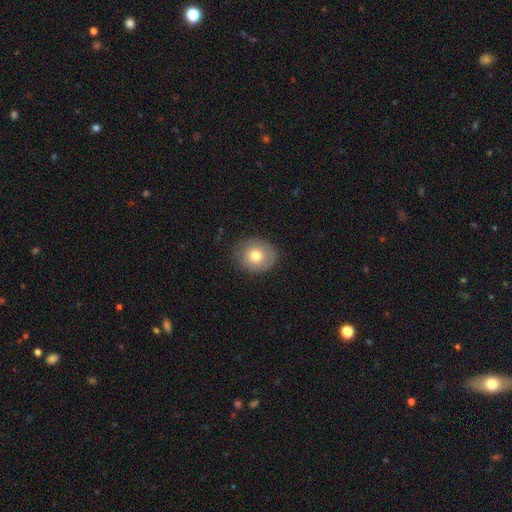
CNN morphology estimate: type=smooth (73%); roundness=round (71%); merging=none (80%).